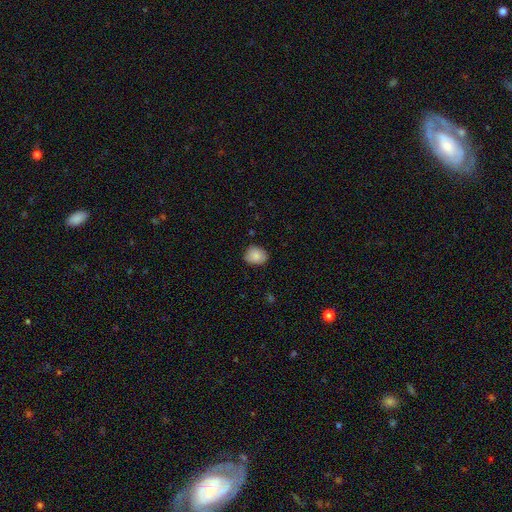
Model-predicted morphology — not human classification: smooth 86%, star or artifact 8%, featured or disk 6%. Down the decision tree: how rounded — round (56%); merging — none (76%).